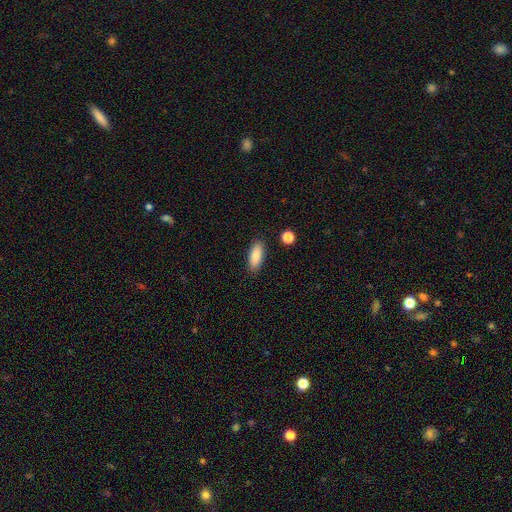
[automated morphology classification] Smooth or featured? smooth (86%)
How rounded? in between (76%)
Merging? none (87%)